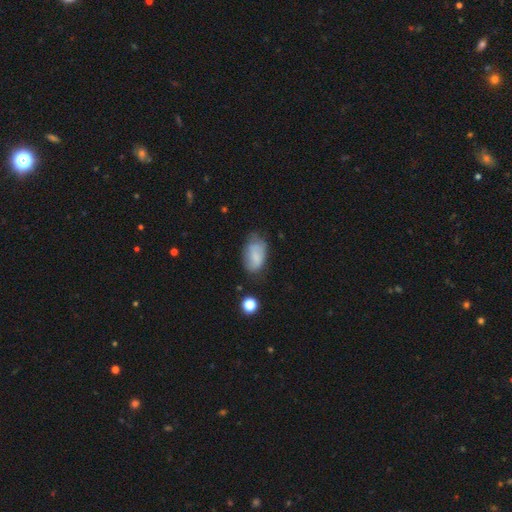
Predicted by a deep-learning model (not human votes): Smooth or featured: smooth — 74% (featured or disk — 18%)
How rounded: in between — 92% (round — 6%)
Merging: none — 57% (minor disturbance — 31%)